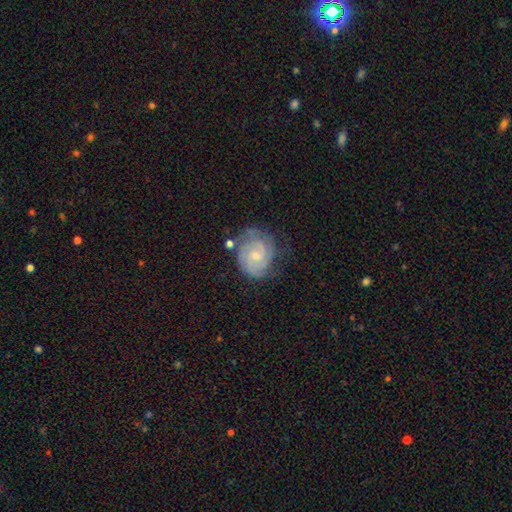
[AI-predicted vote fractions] featured or disk 84%, smooth 10%, star or artifact 6%. Down the decision tree: edge-on disk — no (98%); bar — no (64%); spiral arms — yes (97%); spiral arm count — 2 (47%); spiral winding — tight (73%); bulge size — small (63%); merging — none (69%).